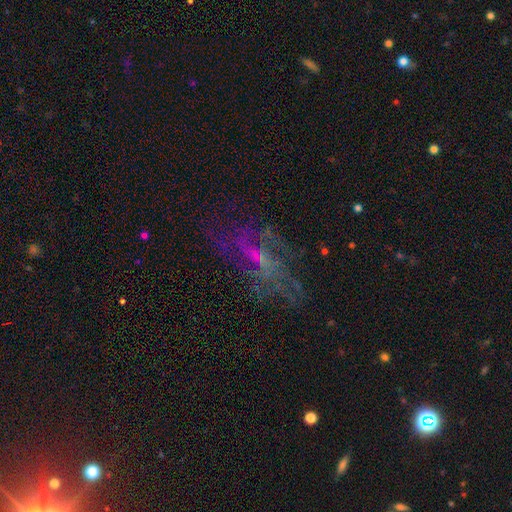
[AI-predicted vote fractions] smooth-or-featured: featured or disk: 65% | star or artifact: 19% | smooth: 16%
  disk-edge-on: no: 91% | yes: 9%
    bar: no: 46% | weak: 42% | strong: 12%
    has-spiral-arms: yes: 74% | no: 26%
    bulge-size: small: 43% | none: 33% | moderate: 21% | large: 2% | dominant: 1%
  merging: none: 62% | major disturbance: 18% | minor disturbance: 17% | merger: 2%